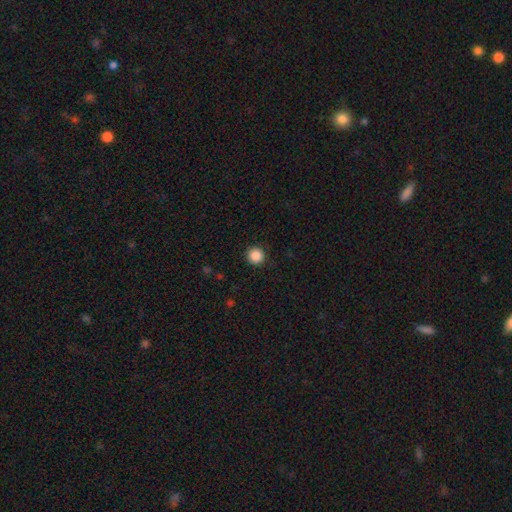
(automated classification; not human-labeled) Smooth or featured? smooth (88%)
How rounded? round (96%)
Merging? none (91%)